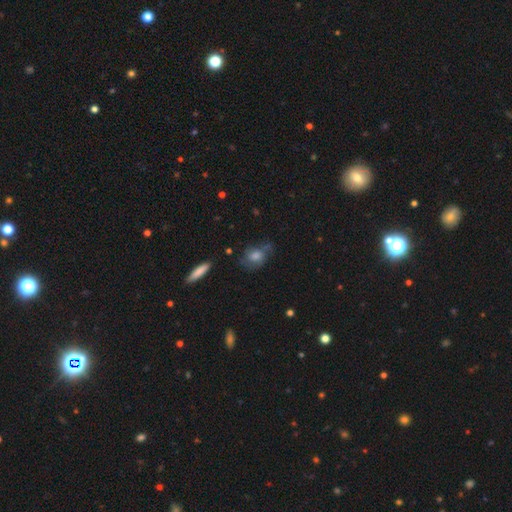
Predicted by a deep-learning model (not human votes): Smooth or featured: smooth — 54% (featured or disk — 33%)
How rounded: round — 48% (tied with in between — 48%)
Merging: none — 58% (minor disturbance — 25%)